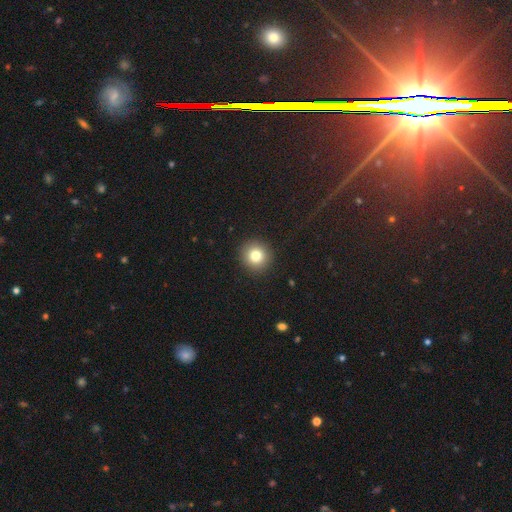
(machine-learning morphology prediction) A smooth galaxy with no disk features (80%) that is round (94%).

Vote fractions:
- Smooth or featured? smooth: 80% / star or artifact: 11% / featured or disk: 8%
- How rounded? round: 94% / in between: 5% / cigar-shaped: 1%
- Merging? none: 92% / minor disturbance: 5% / major disturbance: 2% / merger: 1%